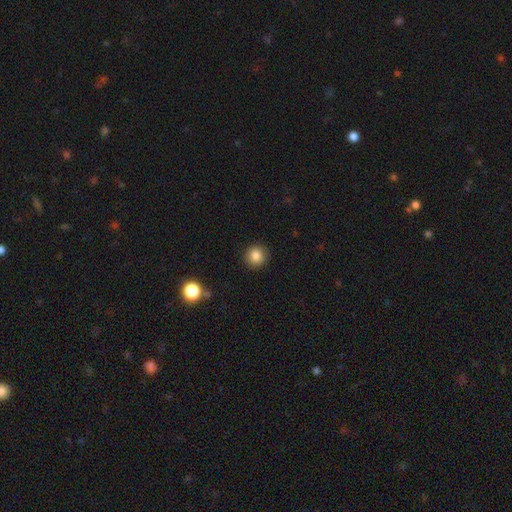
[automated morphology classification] A smooth galaxy with no disk features (85%) that is round (92%).

Vote fractions:
- Smooth or featured? smooth: 85% / star or artifact: 11% / featured or disk: 5%
- How rounded? round: 92% / in between: 7% / cigar-shaped: 1%
- Merging? none: 90% / minor disturbance: 6% / major disturbance: 2% / merger: 1%